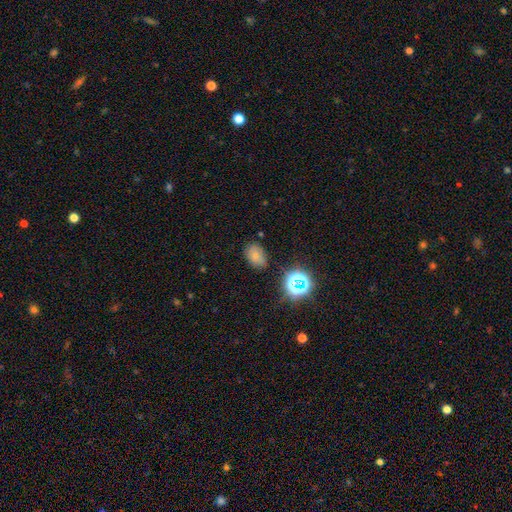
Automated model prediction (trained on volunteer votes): Smooth or featured?
  - smooth: 65% *
  - star or artifact: 21%
  - featured or disk: 14%
How rounded?
  - in between: 75% *
  - round: 23%
  - cigar-shaped: 1%
Merging?
  - none: 71% *
  - minor disturbance: 21%
  - major disturbance: 5%
  - merger: 3%